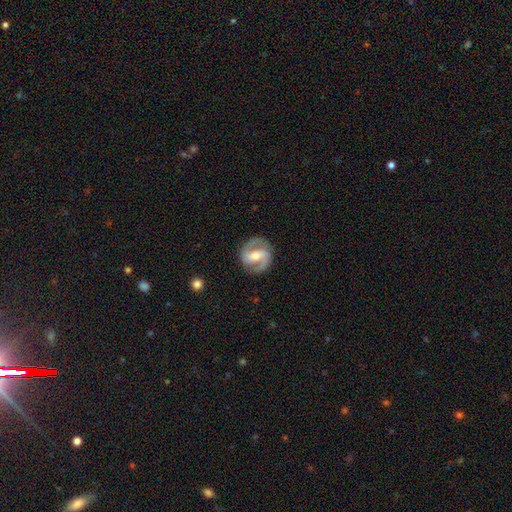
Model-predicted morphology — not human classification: Smooth or featured? Predicted: featured or disk (p=0.86). Edge-on disk? Predicted: no (p=0.97). Bar? Predicted: strong (p=0.45). Spiral arms? Predicted: yes (p=0.95). Spiral winding? Predicted: medium (p=0.53). Spiral arm count? Predicted: 2 (p=0.92). Bulge size? Predicted: moderate (p=0.59). Merging? Predicted: none (p=0.86).